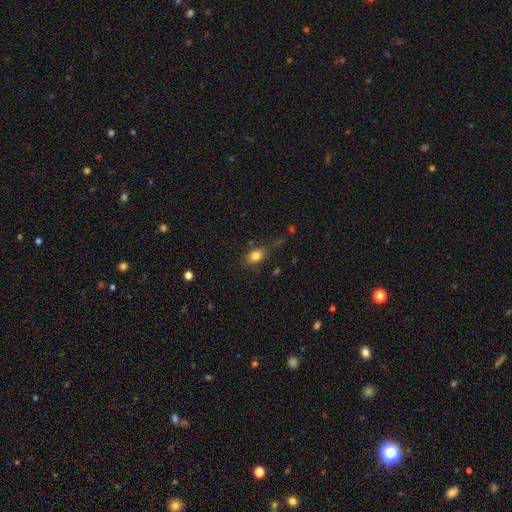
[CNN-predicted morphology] Overall: smooth (82%). How rounded: in between (69%). Merging: none (71%).